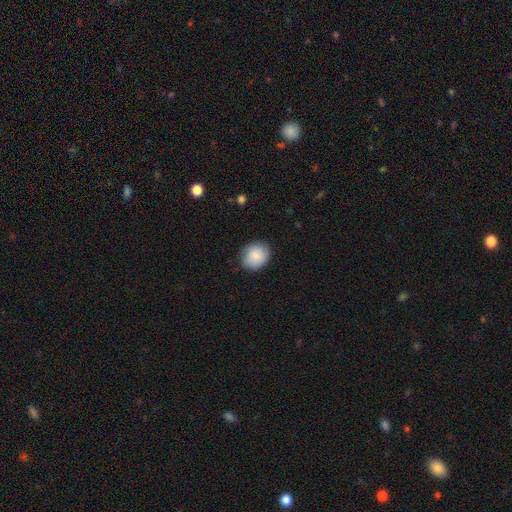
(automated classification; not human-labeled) smooth 84%, featured or disk 9%, star or artifact 7%. Down the decision tree: how rounded — round (73%); merging — none (82%).